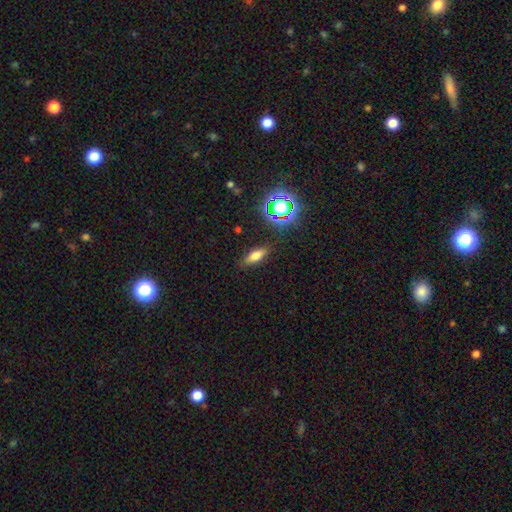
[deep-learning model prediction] This appears to be a smooth galaxy with no disk features (67%) that is in between round and cigar-shaped (64%). Merging: none (84%).